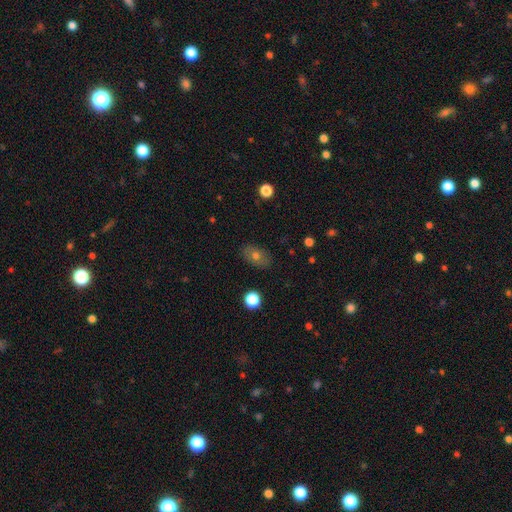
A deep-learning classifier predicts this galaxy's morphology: This is likely a smooth galaxy (67%). How rounded: clearly in between (84%). Merging: clearly none (86%).